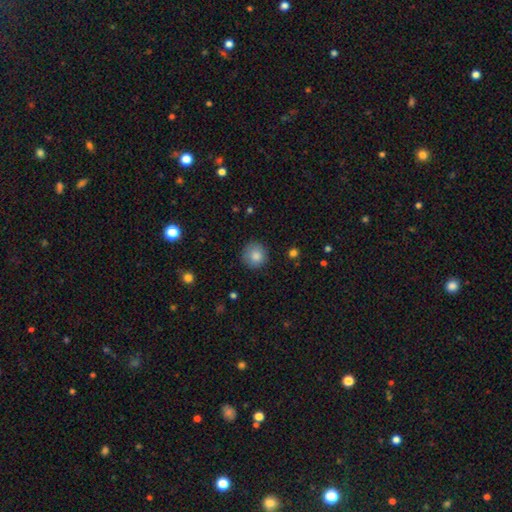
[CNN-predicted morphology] Overall: smooth (85%). How rounded: round (93%). Merging: none (85%).